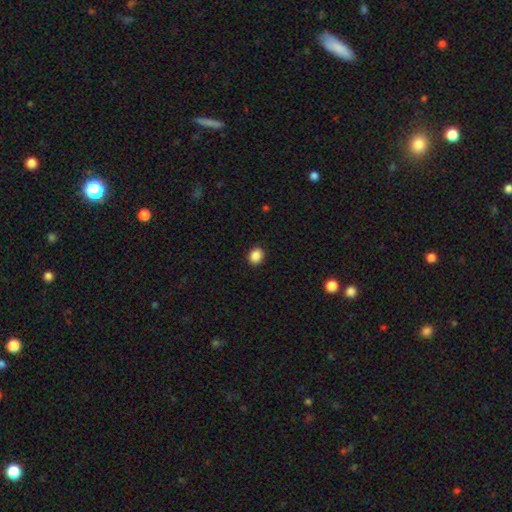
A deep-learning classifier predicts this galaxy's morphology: This appears to be a smooth galaxy with no disk features (88%) that is round (56%). Merging: none (91%).